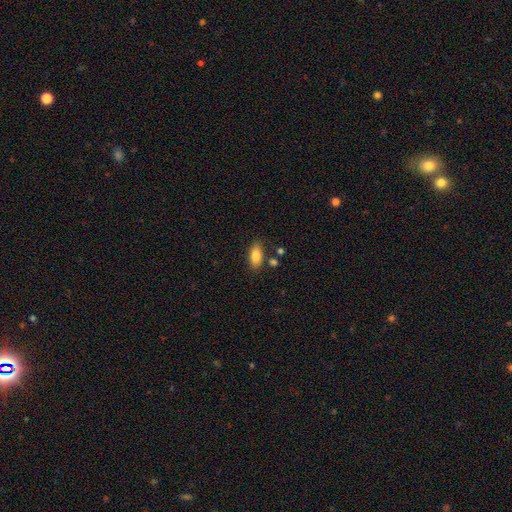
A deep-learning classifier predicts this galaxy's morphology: Q: Smooth or featured?
A: smooth (84%); runner-up: featured or disk (8%)
Q: How rounded?
A: in between (86%); runner-up: cigar-shaped (11%)
Q: Merging?
A: none (79%); runner-up: minor disturbance (12%)